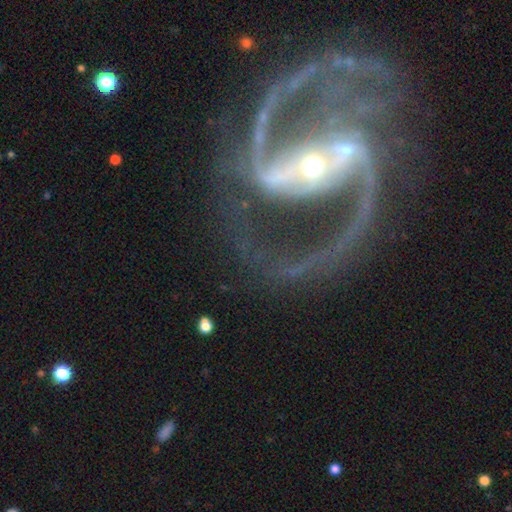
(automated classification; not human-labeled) smooth_or_featured: featured or disk (p=0.93) [alt: star or artifact p=0.05]
disk_edge_on: no (p=0.98) [alt: yes p=0.02]
bar: strong (p=0.68) [alt: weak p=0.21]
has_spiral_arms: yes (p=0.98) [alt: no p=0.02]
spiral_winding: medium (p=0.63) [alt: loose p=0.21]
spiral_arm_count: 2 (p=0.88) [alt: 3 p=0.04]
bulge_size: small (p=0.63) [alt: moderate p=0.32]
merging: none (p=0.64) [alt: minor disturbance p=0.14]